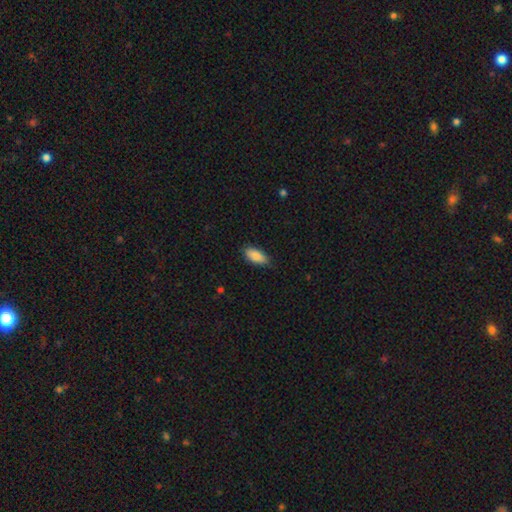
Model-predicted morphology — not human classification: Overall: smooth (89%). How rounded: in between (89%). Merging: none (79%).